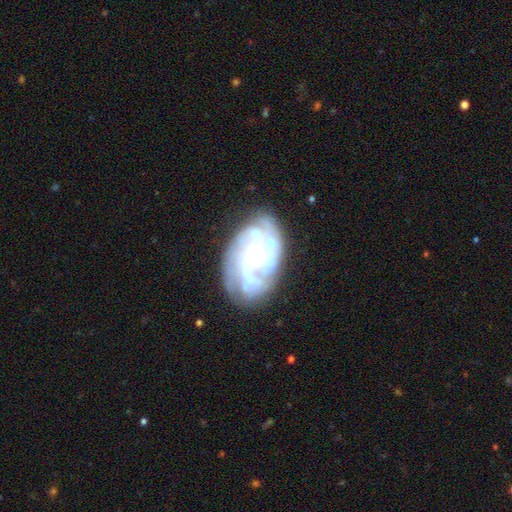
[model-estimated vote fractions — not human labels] smooth_or_featured: featured or disk (p=0.82) [alt: smooth p=0.11]
disk_edge_on: no (p=0.97) [alt: yes p=0.03]
bar: no (p=0.73) [alt: weak p=0.21]
has_spiral_arms: yes (p=0.81) [alt: no p=0.19]
spiral_winding: tight (p=0.56) [alt: medium p=0.33]
spiral_arm_count: can't tell (p=0.40) [alt: 3 p=0.19]
bulge_size: small (p=0.70) [alt: moderate p=0.24]
merging: none (p=0.62) [alt: minor disturbance p=0.20]